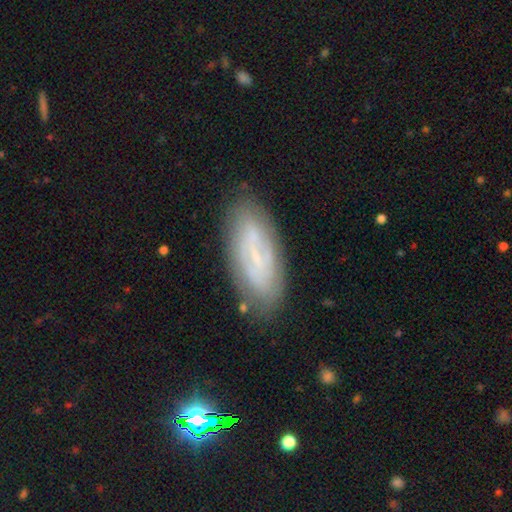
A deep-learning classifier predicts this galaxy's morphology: smooth-or-featured: featured or disk: 60% | smooth: 32% | star or artifact: 8%
  disk-edge-on: no: 86% | yes: 14%
    bar: weak: 43% | no: 36% | strong: 21%
    has-spiral-arms: yes: 68% | no: 32%
    bulge-size: small: 67% | none: 19% | moderate: 12% | large: 1% | dominant: 1%
  merging: none: 78% | minor disturbance: 15% | major disturbance: 4% | merger: 2%